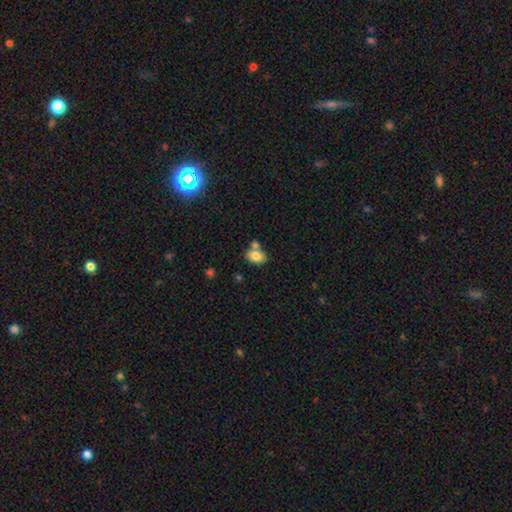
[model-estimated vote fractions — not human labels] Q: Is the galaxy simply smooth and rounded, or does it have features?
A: smooth — 81%.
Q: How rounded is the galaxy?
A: in between — 83%.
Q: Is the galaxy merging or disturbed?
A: none — 56%.